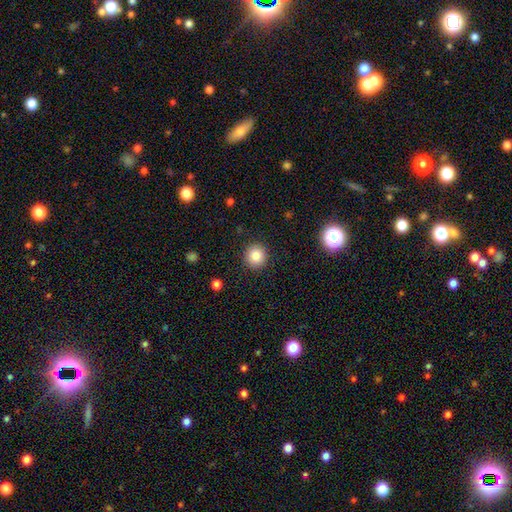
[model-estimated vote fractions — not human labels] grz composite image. It shows a smooth galaxy with no disk features (85%) that is round (92%). Merging: none (91%).